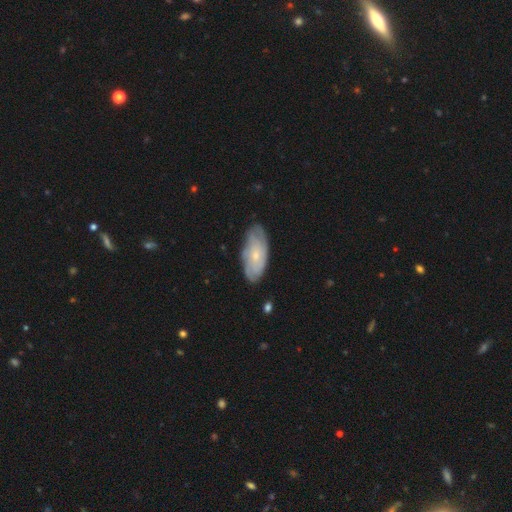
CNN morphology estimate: Smooth or featured? featured or disk (52%)
Edge-on disk? no (89%)
Merging? none (76%)